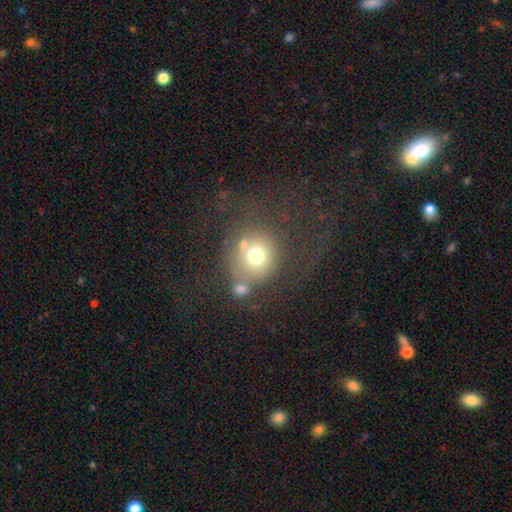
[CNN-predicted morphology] Smooth or featured?
  - smooth: 68% *
  - featured or disk: 16%
  - star or artifact: 16%
How rounded?
  - round: 85% *
  - in between: 14%
  - cigar-shaped: 1%
Merging?
  - none: 54% *
  - merger: 19%
  - minor disturbance: 14%
  - major disturbance: 13%